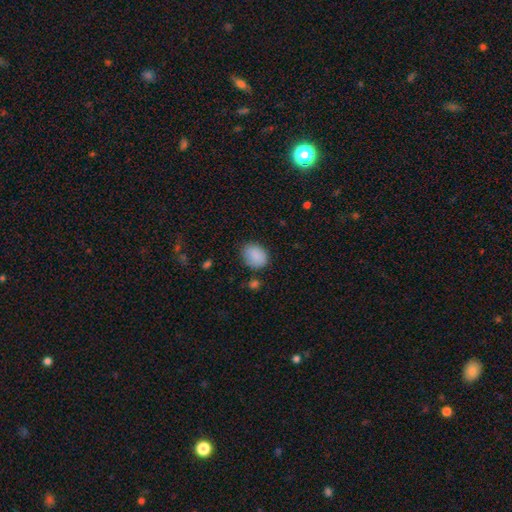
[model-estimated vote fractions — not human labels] The model was most divided on "how rounded": in between: 62%, round: 37%, cigar-shaped: 1%. More confident: smooth or featured — smooth (87%); merging — none (77%).